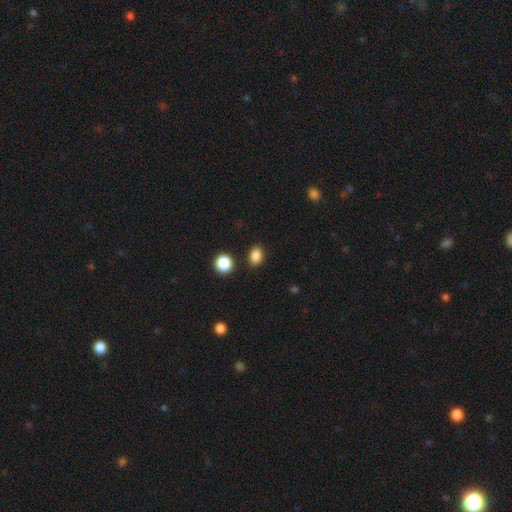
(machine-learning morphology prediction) A smooth galaxy with no disk features (86%) that is in between round and cigar-shaped (70%). Merging: none (85%).